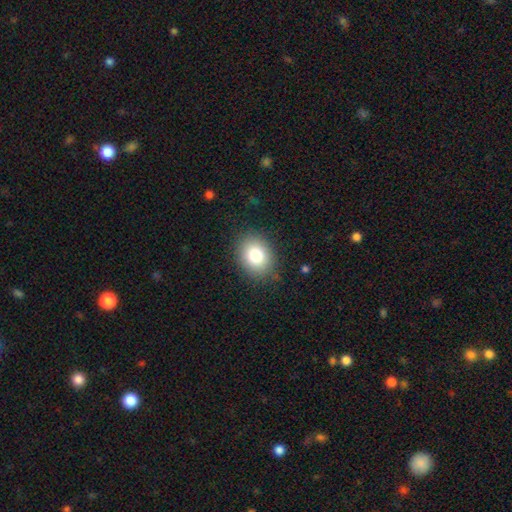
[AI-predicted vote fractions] smooth-or-featured: smooth: 81% | star or artifact: 10% | featured or disk: 9%
  how-rounded: in between: 53% | round: 46% | cigar-shaped: 1%
  merging: none: 88% | minor disturbance: 9% | major disturbance: 2% | merger: 1%